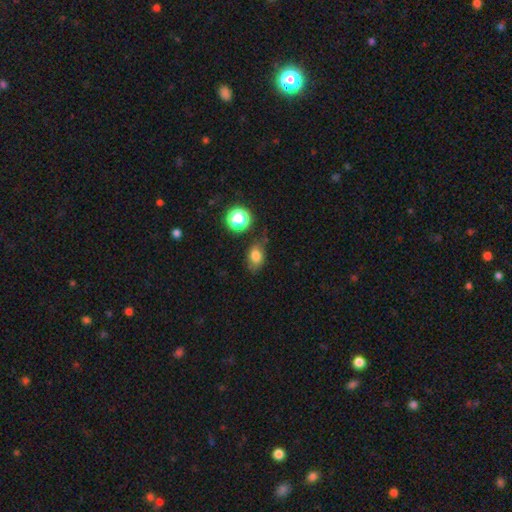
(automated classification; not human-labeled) A smooth galaxy with no disk features (76%) that is in between round and cigar-shaped (78%). Merging: none (66%).